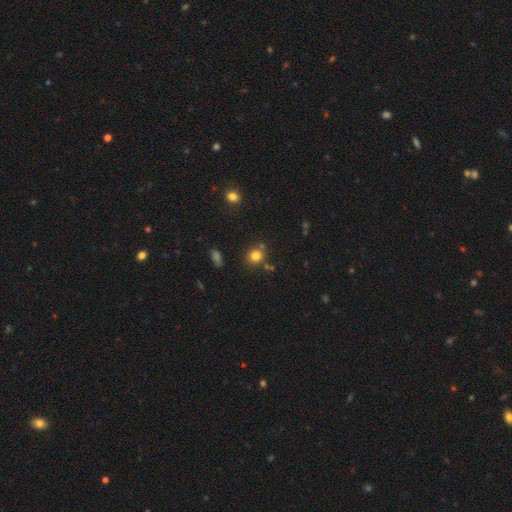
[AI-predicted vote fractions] A smooth galaxy with no disk features (79%) that is round (83%).

Vote fractions:
- Smooth or featured? smooth: 79% / star or artifact: 14% / featured or disk: 7%
- How rounded? round: 83% / in between: 16% / cigar-shaped: 1%
- Merging? none: 75% / merger: 11% / minor disturbance: 11% / major disturbance: 3%